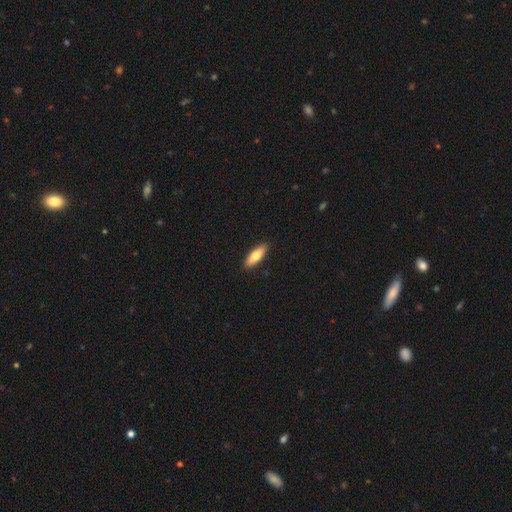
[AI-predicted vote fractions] smooth 70%, featured or disk 25%, star or artifact 5%. Down the decision tree: how rounded — in between (52%); merging — none (90%).